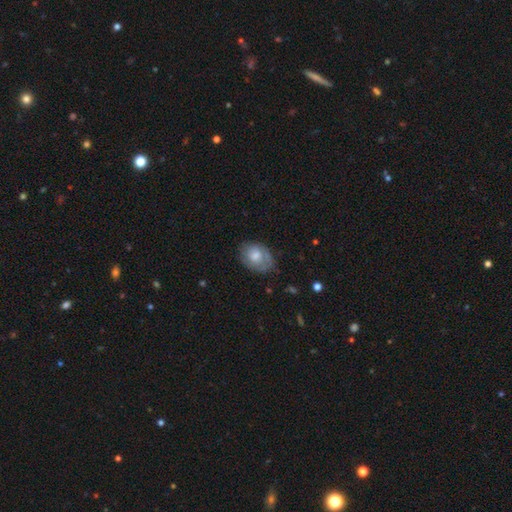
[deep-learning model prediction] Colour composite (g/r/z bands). It shows a smooth galaxy with no disk features (60%) that is in between round and cigar-shaped (75%). Merging: none (62%).